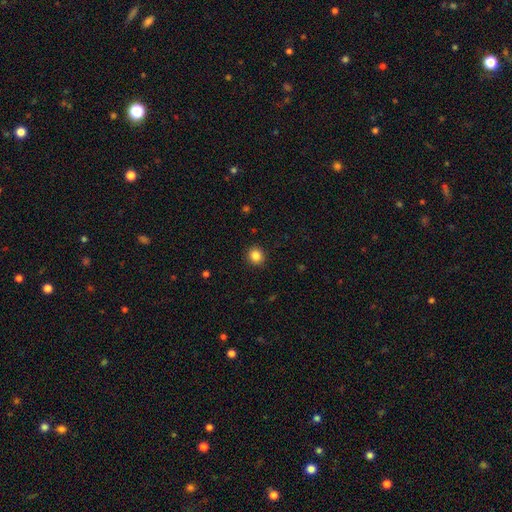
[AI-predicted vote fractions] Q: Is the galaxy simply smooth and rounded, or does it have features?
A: smooth — 85%.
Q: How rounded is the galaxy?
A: round — 88%.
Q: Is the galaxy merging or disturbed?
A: none — 92%.